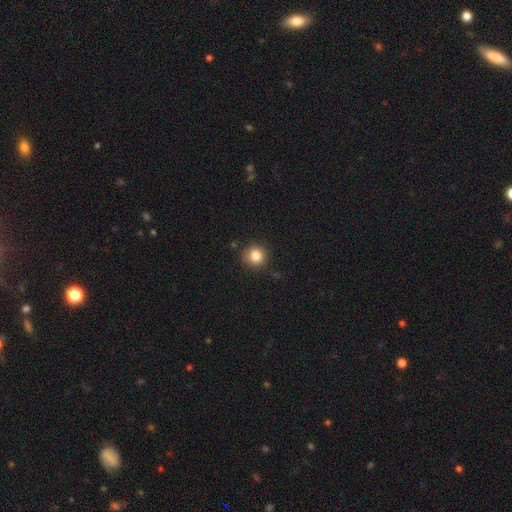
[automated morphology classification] Smooth or featured?
  - smooth: 83% *
  - star or artifact: 11%
  - featured or disk: 6%
How rounded?
  - round: 90% *
  - in between: 9%
  - cigar-shaped: 1%
Merging?
  - none: 84% *
  - minor disturbance: 11%
  - major disturbance: 3%
  - merger: 2%